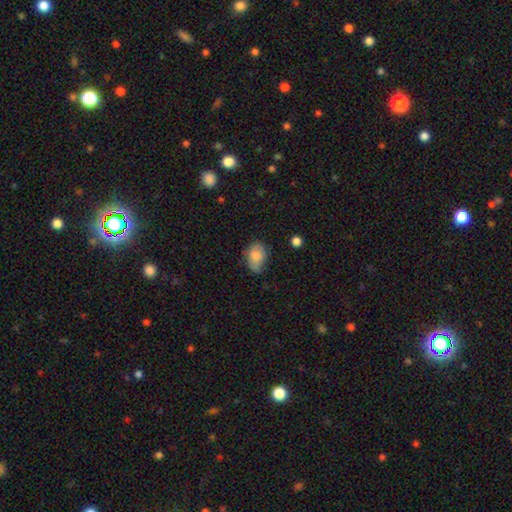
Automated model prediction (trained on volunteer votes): Smooth or featured: smooth — 79% (featured or disk — 13%)
How rounded: in between — 79% (round — 20%)
Merging: none — 50% (minor disturbance — 37%)